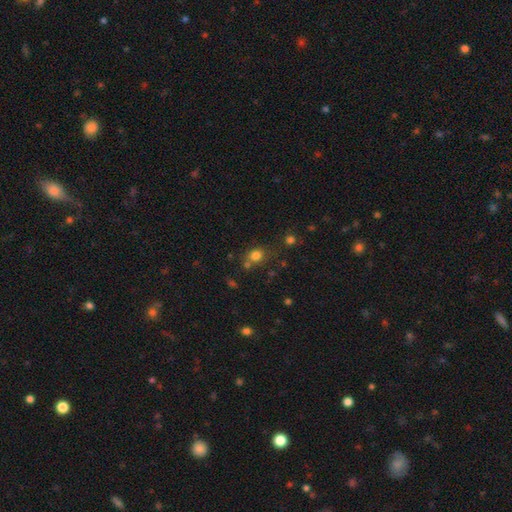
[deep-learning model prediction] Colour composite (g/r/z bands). It shows a smooth galaxy with no disk features (77%) that is round (64%). Merging: none (59%).